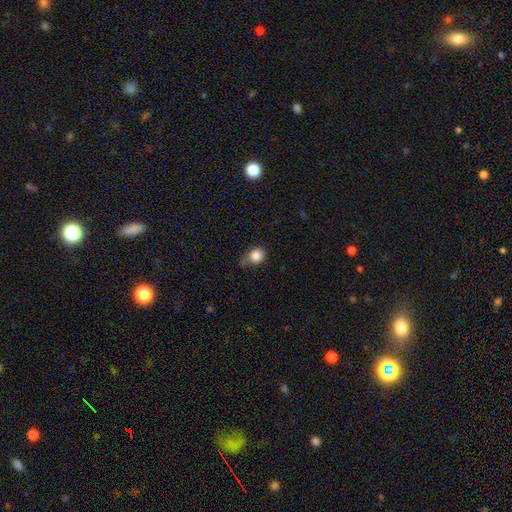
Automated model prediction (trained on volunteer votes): A smooth galaxy with no disk features (85%) that is round (80%). Merging: none (61%).